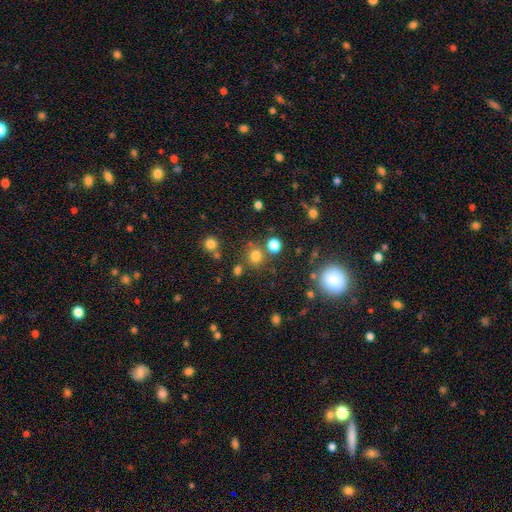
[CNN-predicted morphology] type=smooth (75%); roundness=round (88%); merging=none (76%).